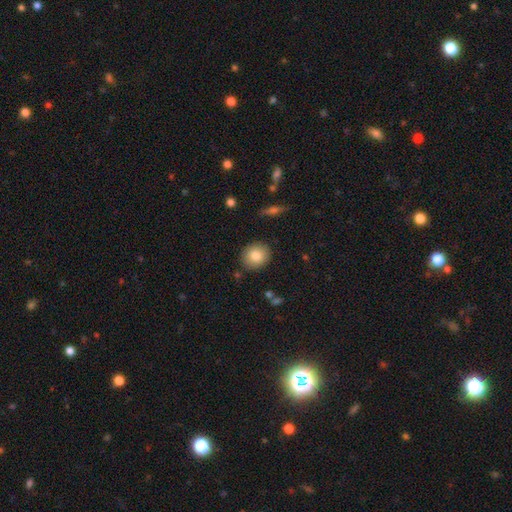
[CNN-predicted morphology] Smooth or featured?
  - smooth: 83% *
  - featured or disk: 9%
  - star or artifact: 8%
How rounded?
  - round: 72% *
  - in between: 27%
  - cigar-shaped: 1%
Merging?
  - none: 87% *
  - minor disturbance: 9%
  - major disturbance: 2%
  - merger: 2%